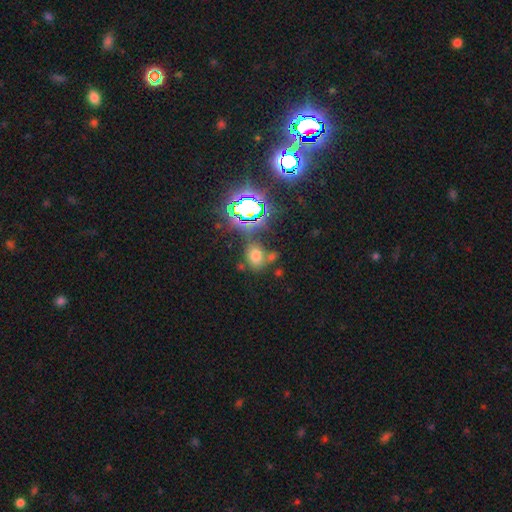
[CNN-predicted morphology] Smooth or featured? Predicted: smooth (p=0.58). How rounded? Predicted: in between (p=0.56). Merging? Predicted: none (p=0.68).